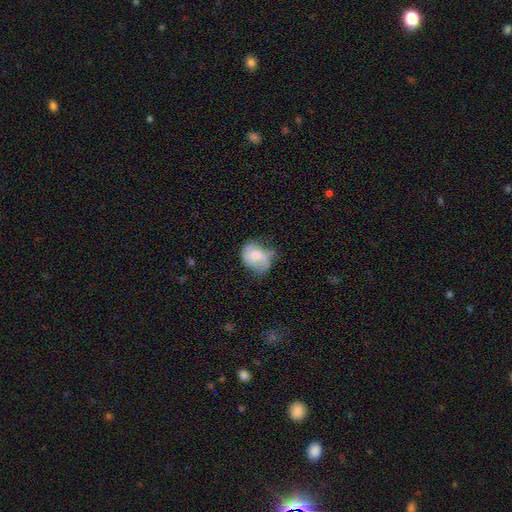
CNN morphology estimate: featured or disk 48%, smooth 44%, star or artifact 7%. Down the decision tree: merging — none (38%).